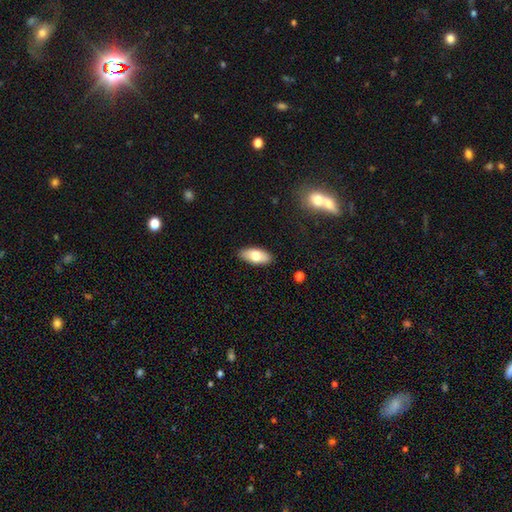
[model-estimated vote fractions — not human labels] smooth 76%, featured or disk 17%, star or artifact 7%. Down the decision tree: how rounded — in between (88%); merging — none (88%).